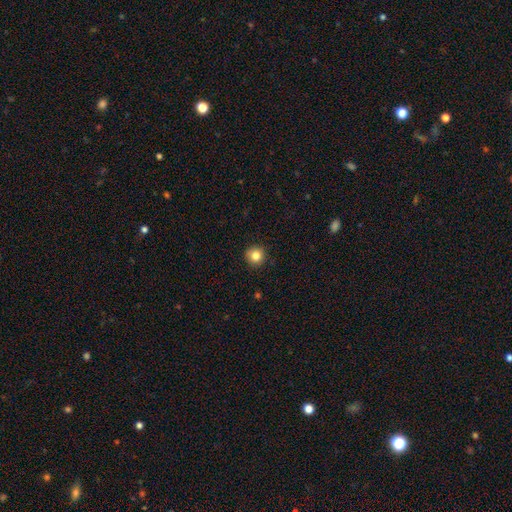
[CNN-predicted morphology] smooth_or_featured: smooth (p=0.84) [alt: star or artifact p=0.11]
how_rounded: round (p=0.94) [alt: in between p=0.05]
merging: none (p=0.90) [alt: minor disturbance p=0.07]